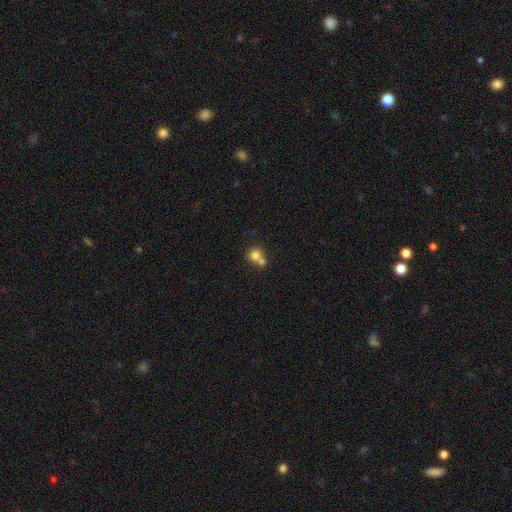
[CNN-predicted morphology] This is likely a smooth galaxy (77%). How rounded: clearly round (82%). Merging: possibly merger (53%).